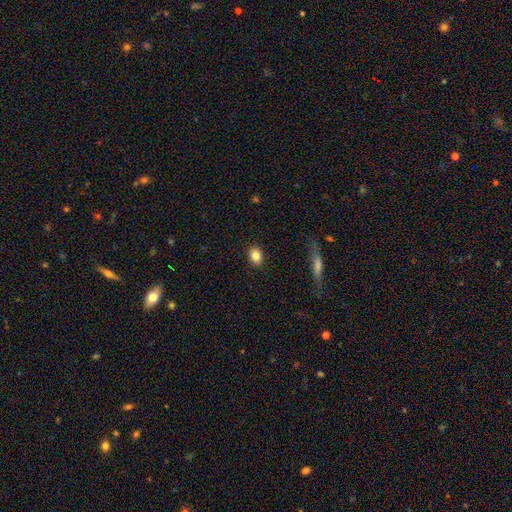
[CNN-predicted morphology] Smooth or featured: smooth — 85% (star or artifact — 9%)
How rounded: in between — 64% (round — 35%)
Merging: none — 89% (minor disturbance — 8%)